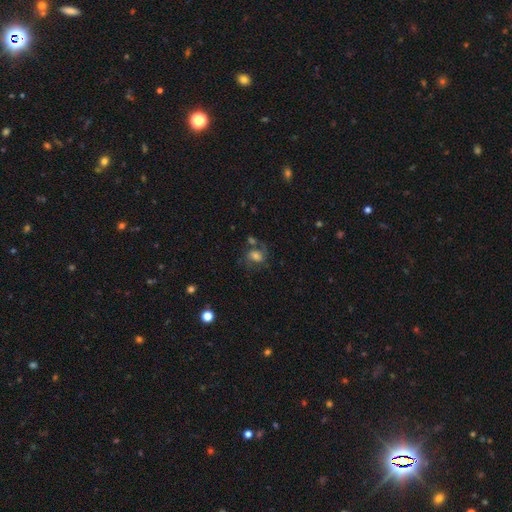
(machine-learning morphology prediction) Smooth or featured? featured or disk (51%)
Edge-on disk? no (97%)
Merging? none (44%)